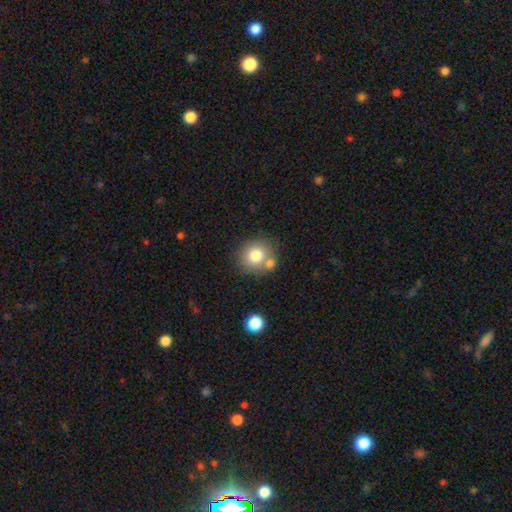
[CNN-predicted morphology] smooth-or-featured: smooth: 77% | featured or disk: 13% | star or artifact: 10%
  how-rounded: round: 82% | in between: 17% | cigar-shaped: 1%
  merging: none: 61% | merger: 23% | minor disturbance: 12% | major disturbance: 4%